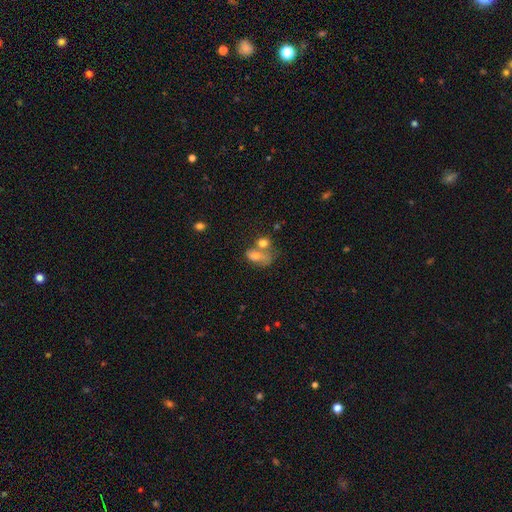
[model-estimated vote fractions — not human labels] Smooth or featured? smooth (67%)
How rounded? in between (74%)
Merging? merger (50%)